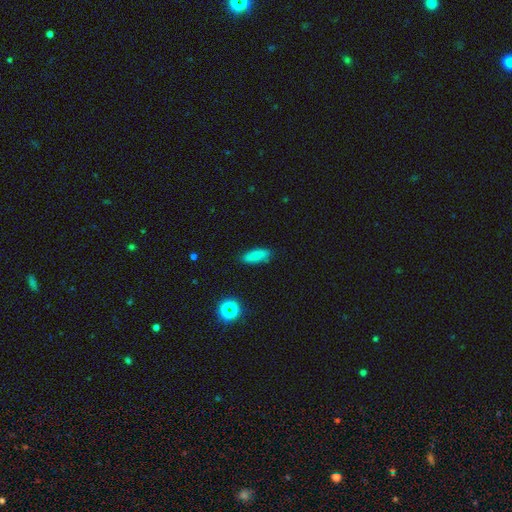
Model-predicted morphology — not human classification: smooth_or_featured: smooth (p=0.81) [alt: star or artifact p=0.11]
how_rounded: in between (p=0.70) [alt: cigar-shaped p=0.27]
merging: none (p=0.83) [alt: minor disturbance p=0.13]